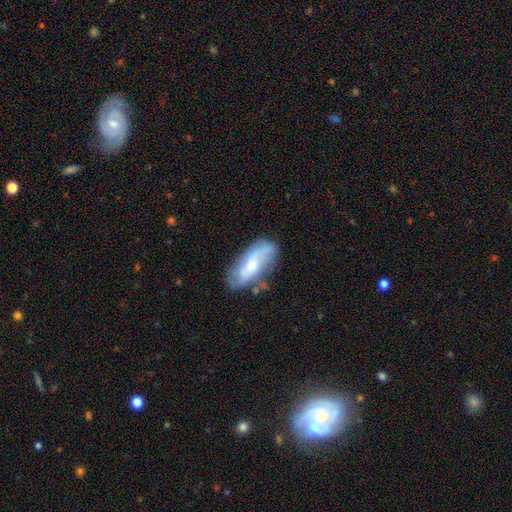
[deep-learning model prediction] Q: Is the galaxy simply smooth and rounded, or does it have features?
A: featured or disk — 53%.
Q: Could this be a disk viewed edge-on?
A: no — 84%.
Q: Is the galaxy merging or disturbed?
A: none — 66%.